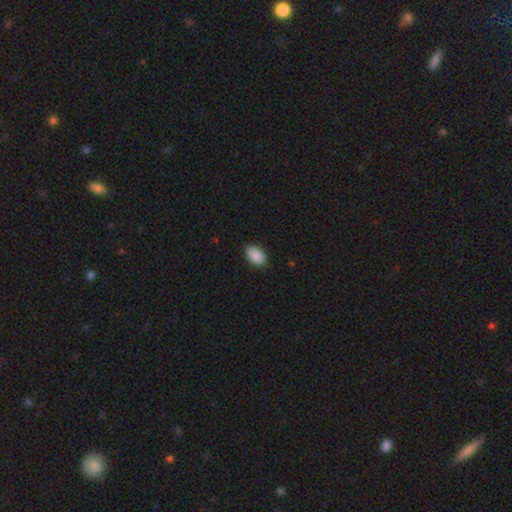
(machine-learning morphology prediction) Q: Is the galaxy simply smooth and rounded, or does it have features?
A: smooth — 90%.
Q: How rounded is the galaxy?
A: in between — 90%.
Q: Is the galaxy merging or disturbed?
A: none — 88%.